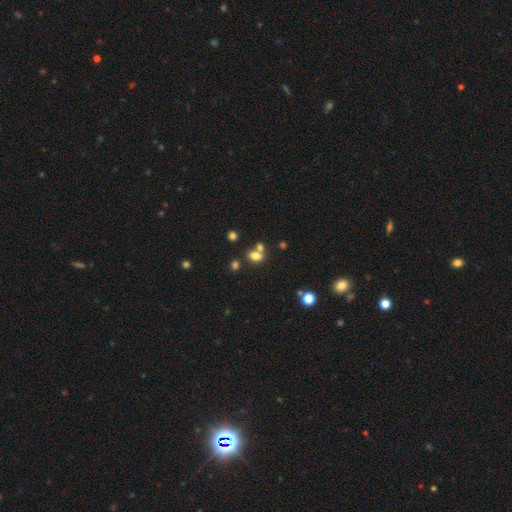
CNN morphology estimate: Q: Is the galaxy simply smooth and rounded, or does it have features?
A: smooth — 75%.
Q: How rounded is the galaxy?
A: in between — 70%.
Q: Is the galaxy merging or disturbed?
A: none — 50%.